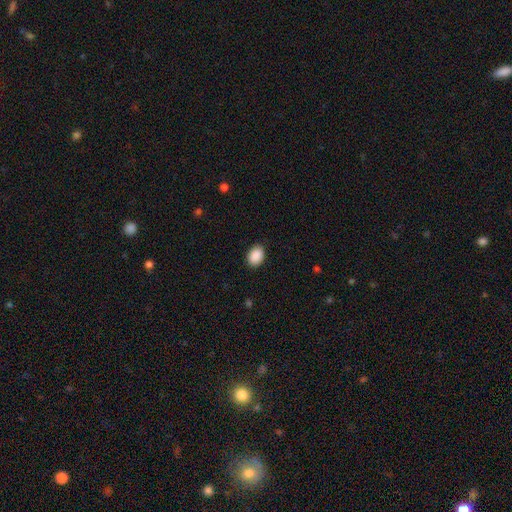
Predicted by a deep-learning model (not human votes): Morphology: type=smooth (90%); roundness=in between (76%); merging=none (88%).